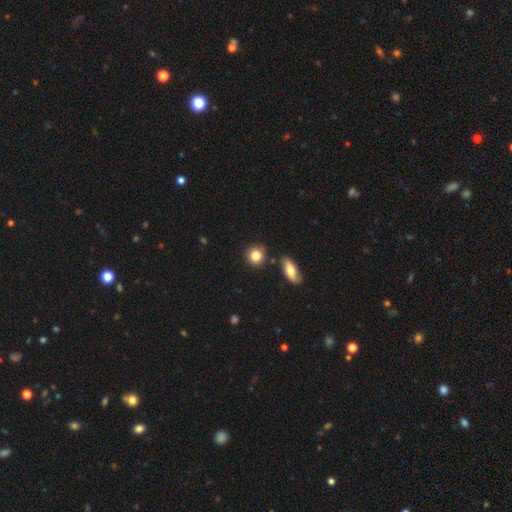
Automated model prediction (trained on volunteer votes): This appears to be a smooth galaxy with no disk features (83%) that is round (82%). Merging: none (80%).